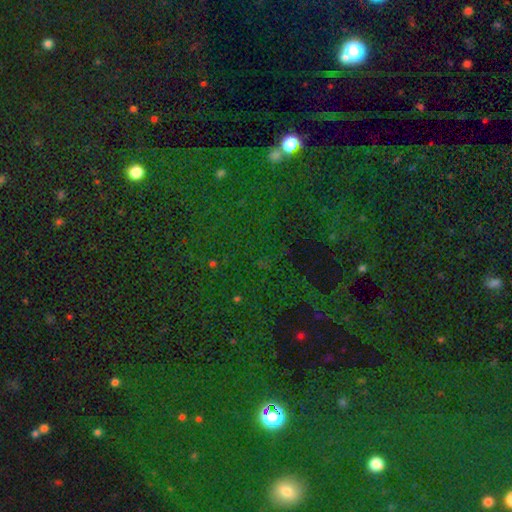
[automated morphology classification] Smooth or featured? star or artifact (78%)